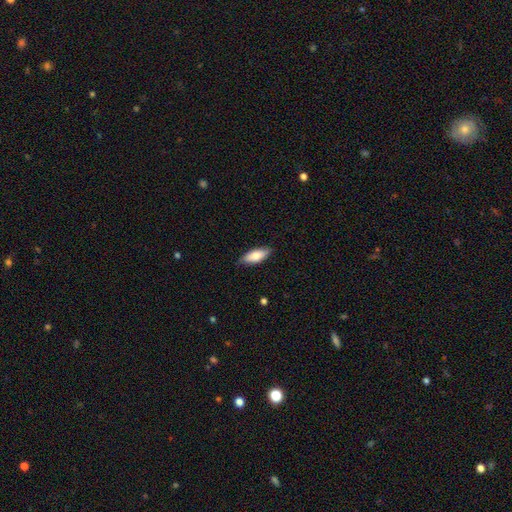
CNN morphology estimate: Q: Smooth or featured?
A: smooth (76%); runner-up: featured or disk (18%)
Q: How rounded?
A: in between (78%); runner-up: cigar-shaped (20%)
Q: Merging?
A: none (84%); runner-up: minor disturbance (13%)